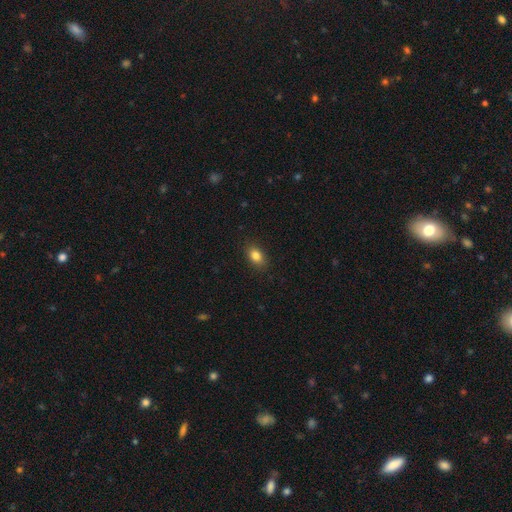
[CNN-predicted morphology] The model was most divided on "how rounded": in between: 79%, round: 19%, cigar-shaped: 2%. More confident: merging — none (87%); smooth or featured — smooth (84%).